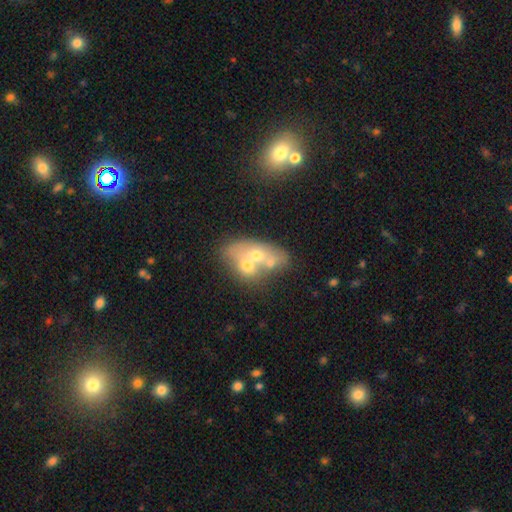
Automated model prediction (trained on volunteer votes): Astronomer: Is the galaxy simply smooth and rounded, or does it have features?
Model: smooth — 45% (runner-up: featured or disk, 44%).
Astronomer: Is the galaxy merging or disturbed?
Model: merger — 66%.